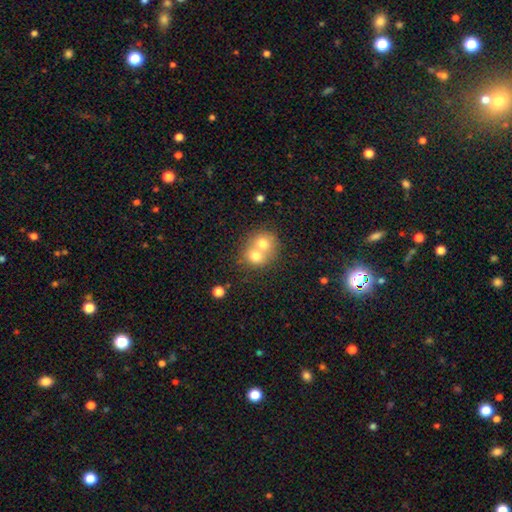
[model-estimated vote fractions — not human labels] This appears to be a smooth galaxy with no disk features (68%) that is round (76%). Merging: merger (69%).